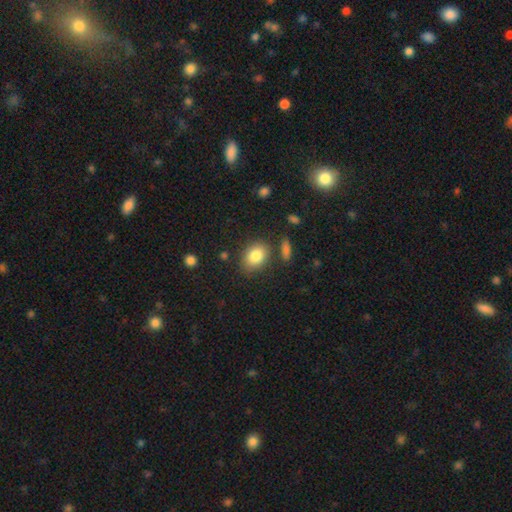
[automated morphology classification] The model was most divided on "how rounded": in between: 72%, round: 26%, cigar-shaped: 1%. More confident: smooth or featured — smooth (83%); merging — none (78%).